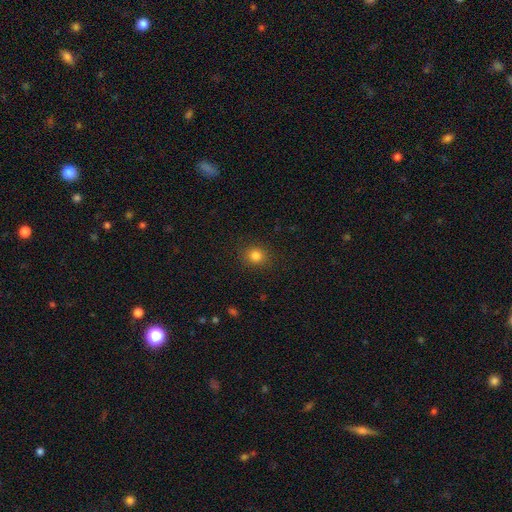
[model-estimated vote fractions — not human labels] smooth 82%, star or artifact 13%, featured or disk 5%. Down the decision tree: how rounded — round (81%); merging — none (89%).